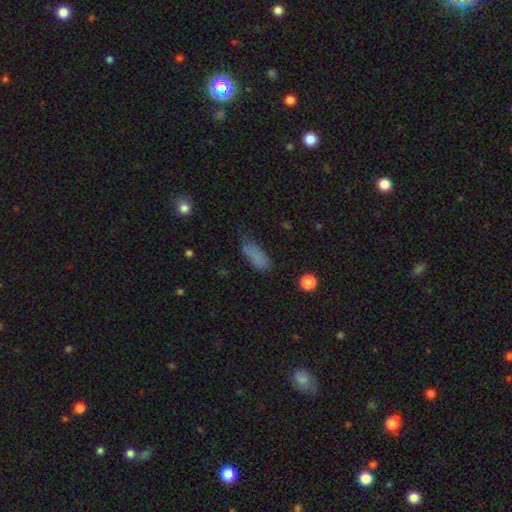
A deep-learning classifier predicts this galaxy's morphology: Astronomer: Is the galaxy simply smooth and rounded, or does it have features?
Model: smooth — 77%.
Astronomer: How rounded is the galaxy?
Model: in between — 67%.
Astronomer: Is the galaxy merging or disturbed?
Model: none — 50% (runner-up: minor disturbance, 30%).